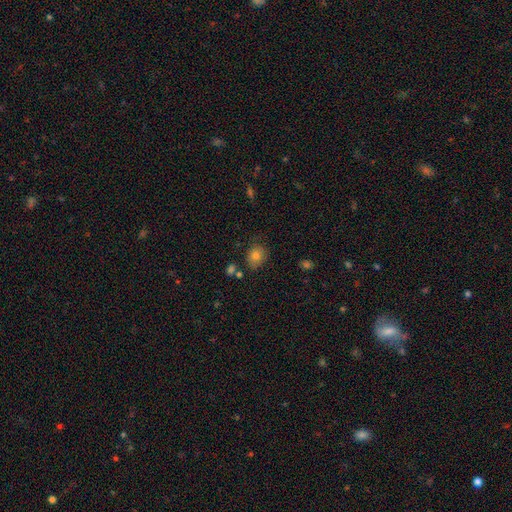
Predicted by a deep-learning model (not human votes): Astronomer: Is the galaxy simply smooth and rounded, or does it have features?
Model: smooth — 79%.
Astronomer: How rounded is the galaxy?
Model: round — 57% (runner-up: in between, 42%).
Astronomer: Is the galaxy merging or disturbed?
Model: none — 75%.